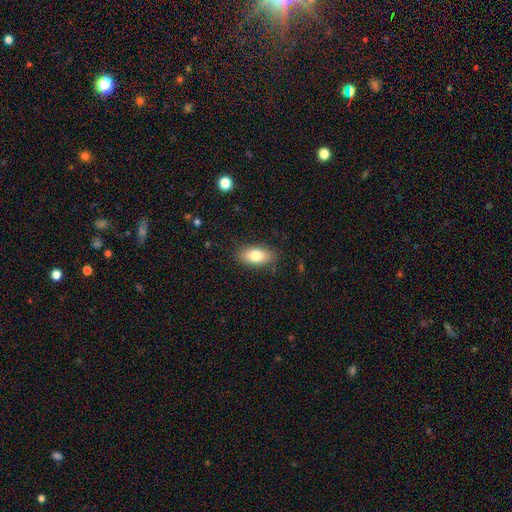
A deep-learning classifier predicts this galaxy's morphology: Smooth or featured? smooth (80%)
How rounded? in between (89%)
Merging? none (84%)